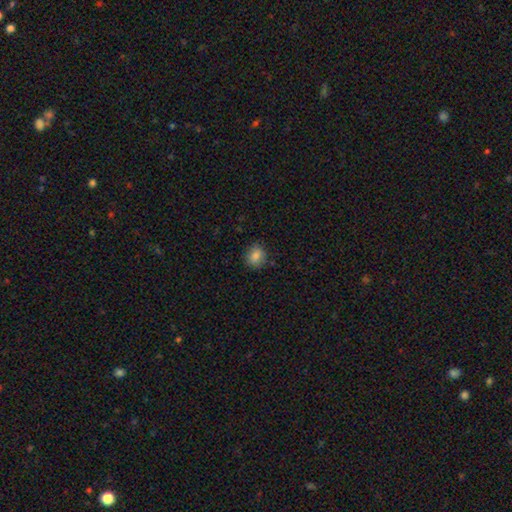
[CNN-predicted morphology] Smooth or featured? smooth (84%)
How rounded? round (69%)
Merging? none (85%)